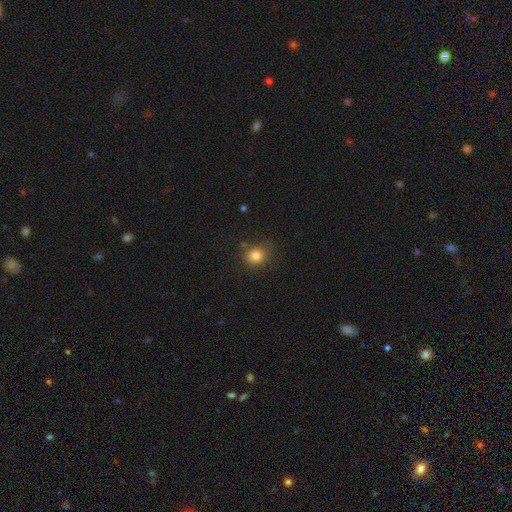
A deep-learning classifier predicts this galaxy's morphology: Overall: smooth (82%). How rounded: round (82%). Merging: none (77%).